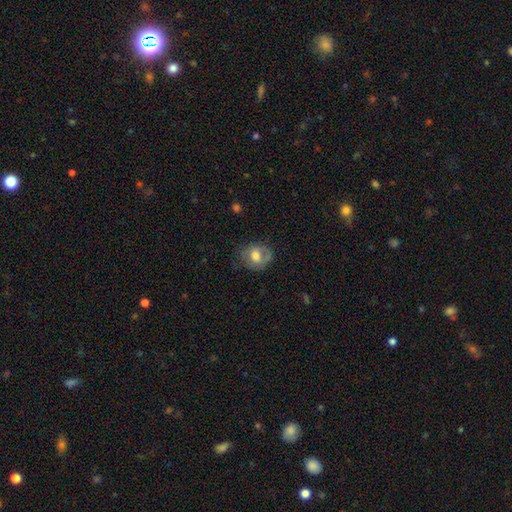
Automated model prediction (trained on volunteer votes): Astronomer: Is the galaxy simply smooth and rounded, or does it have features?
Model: smooth — 55% (runner-up: featured or disk, 37%).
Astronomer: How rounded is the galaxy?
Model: round — 61% (runner-up: in between, 38%).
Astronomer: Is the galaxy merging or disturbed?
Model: none — 63%.